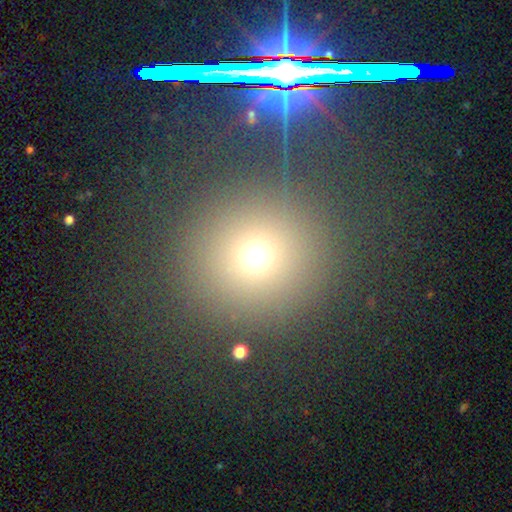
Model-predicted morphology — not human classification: This is likely a smooth galaxy (63%). How rounded: clearly round (94%). Merging: clearly none (88%).